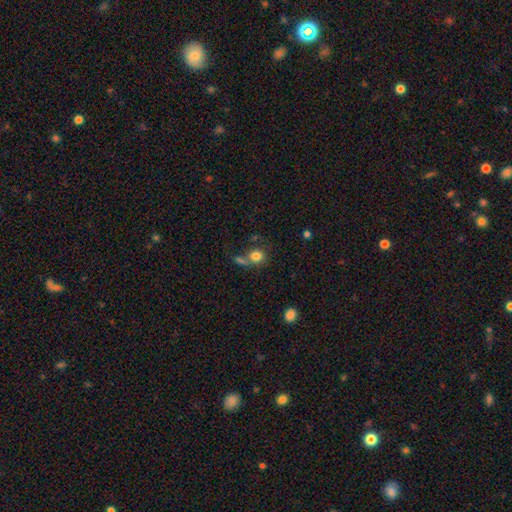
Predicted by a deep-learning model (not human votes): Smooth or featured?
  - smooth: 80% *
  - star or artifact: 11%
  - featured or disk: 9%
How rounded?
  - round: 82% *
  - in between: 17%
  - cigar-shaped: 1%
Merging?
  - none: 53% *
  - merger: 27%
  - minor disturbance: 13%
  - major disturbance: 7%